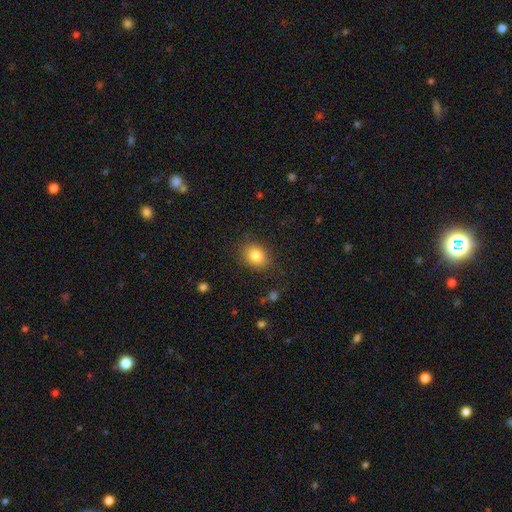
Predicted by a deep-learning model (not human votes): Smooth or featured: smooth — 83% (star or artifact — 10%)
How rounded: round — 50% (in between — 49%)
Merging: none — 83% (minor disturbance — 12%)